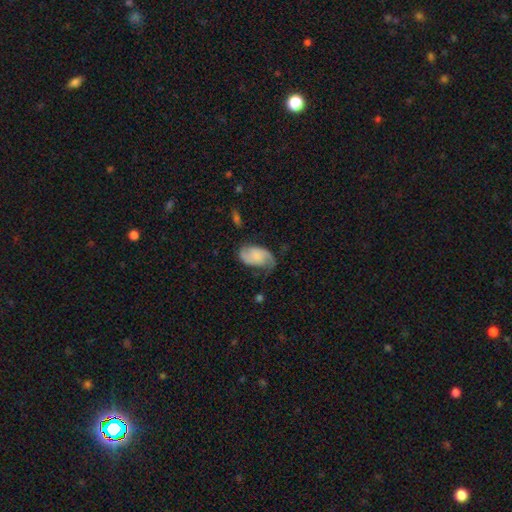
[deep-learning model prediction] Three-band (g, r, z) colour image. It shows a featured or disk galaxy (66%) with no bar (66%), 2 (79%) medium (41%) spiral arms (93%) and no central bulge (41%). Merging: none (54%).